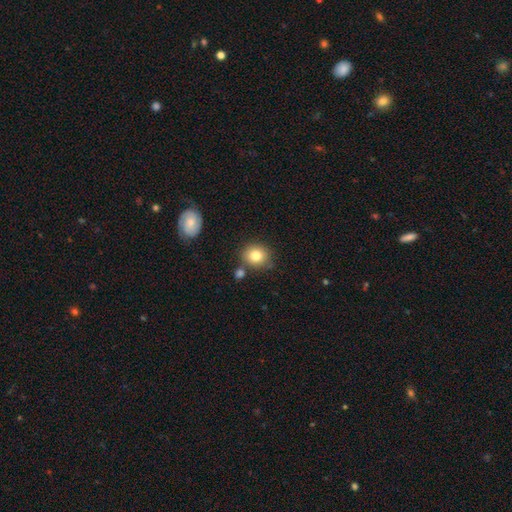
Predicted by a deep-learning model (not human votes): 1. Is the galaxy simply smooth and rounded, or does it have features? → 81% smooth, 10% star or artifact, 9% featured or disk.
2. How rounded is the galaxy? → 80% round, 19% in between, 1% cigar-shaped.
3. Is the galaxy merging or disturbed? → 75% none, 11% minor disturbance, 10% merger, 3% major disturbance.